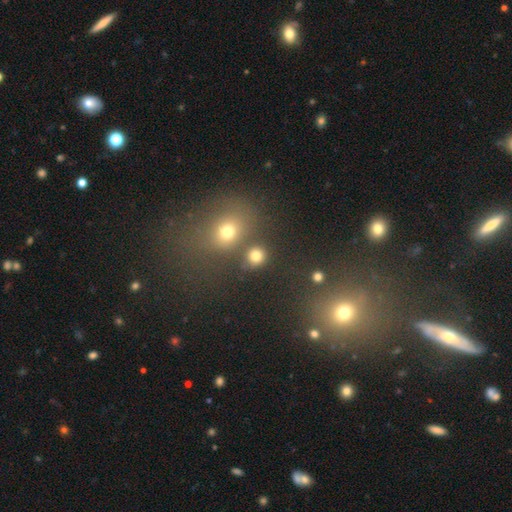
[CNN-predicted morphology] Q: Smooth or featured?
A: smooth (78%); runner-up: star or artifact (16%)
Q: How rounded?
A: round (81%); runner-up: in between (17%)
Q: Merging?
A: none (73%); runner-up: merger (15%)